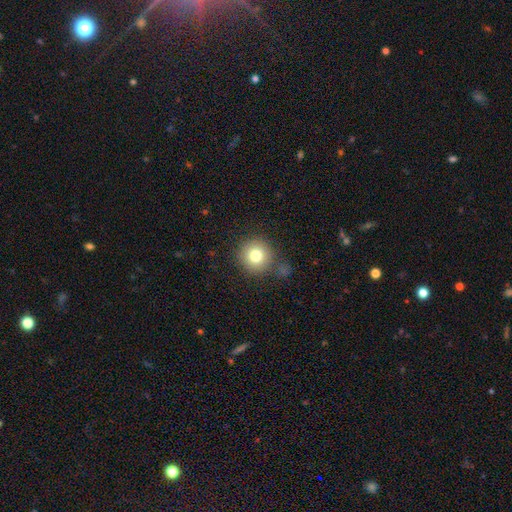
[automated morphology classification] Smooth or featured?
  - smooth: 79% *
  - star or artifact: 11%
  - featured or disk: 10%
How rounded?
  - round: 94% *
  - in between: 5%
  - cigar-shaped: 1%
Merging?
  - none: 80% *
  - minor disturbance: 11%
  - merger: 5%
  - major disturbance: 4%